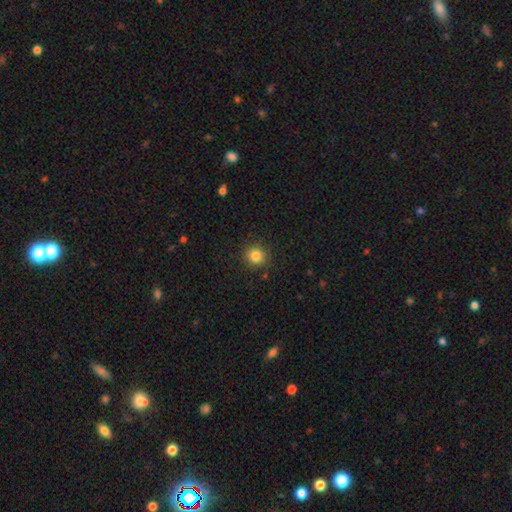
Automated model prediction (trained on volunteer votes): The model was most divided on "smooth or featured": smooth: 83%, star or artifact: 12%, featured or disk: 5%. More confident: how rounded — round (91%); merging — none (90%).